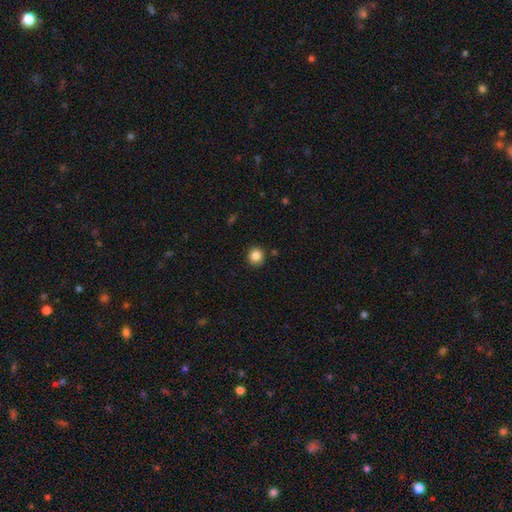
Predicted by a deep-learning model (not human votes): Smooth or featured? Predicted: smooth (p=0.86). How rounded? Predicted: round (p=0.92). Merging? Predicted: none (p=0.90).